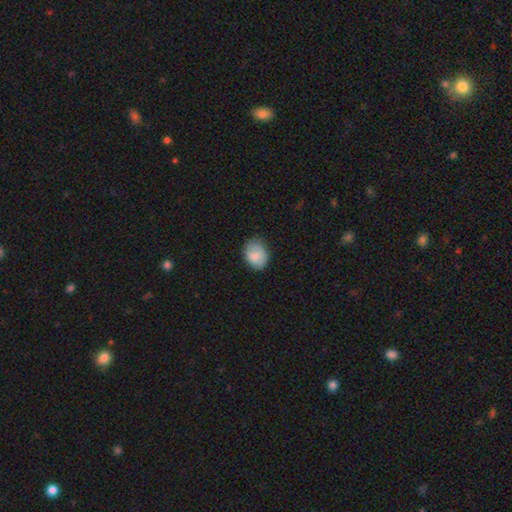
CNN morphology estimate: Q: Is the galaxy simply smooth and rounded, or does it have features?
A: smooth — 81%.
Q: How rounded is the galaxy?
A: in between — 57%.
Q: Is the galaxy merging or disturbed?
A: none — 72%.